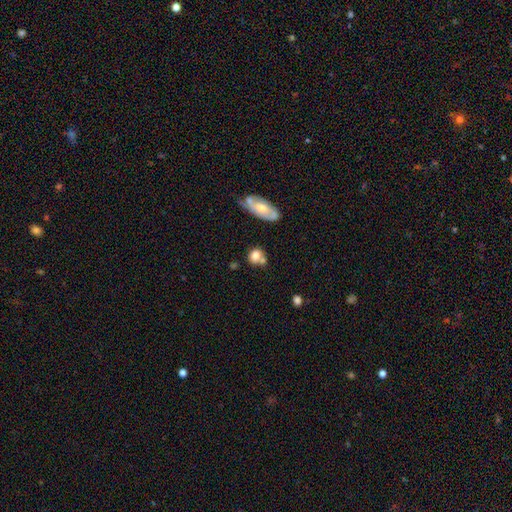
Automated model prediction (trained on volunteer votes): A smooth galaxy with no disk features (76%) that is round (66%).

Vote fractions:
- Smooth or featured? smooth: 76% / featured or disk: 15% / star or artifact: 9%
- How rounded? round: 66% / in between: 31% / cigar-shaped: 3%
- Merging? none: 45% / merger: 33% / minor disturbance: 16% / major disturbance: 6%